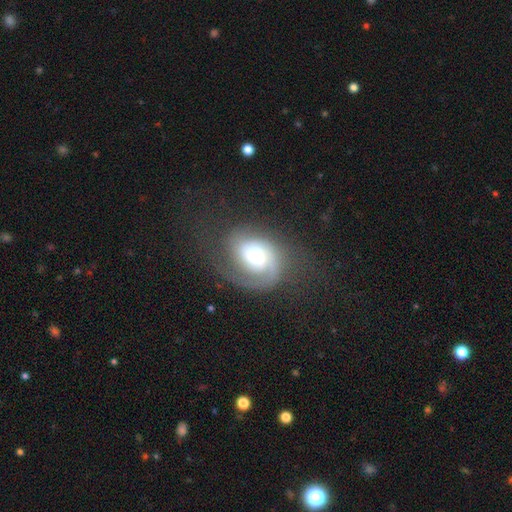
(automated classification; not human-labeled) Smooth or featured: featured or disk — 75% (smooth — 18%)
Edge-on disk: no — 97% (yes — 3%)
Bar: no — 68% (weak — 25%)
Spiral arms: yes — 92% (no — 8%)
Spiral winding: tight — 44% (medium — 38%)
Spiral arm count: 1 — 47% (2 — 35%)
Bulge size: moderate — 57% (large — 30%)
Merging: none — 60% (major disturbance — 20%)